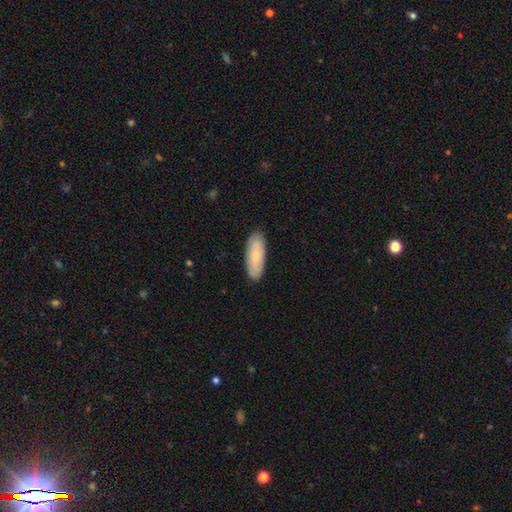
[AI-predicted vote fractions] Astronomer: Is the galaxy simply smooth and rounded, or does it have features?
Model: smooth — 68%.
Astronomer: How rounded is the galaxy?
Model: in between — 72%.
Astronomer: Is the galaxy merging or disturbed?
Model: none — 88%.